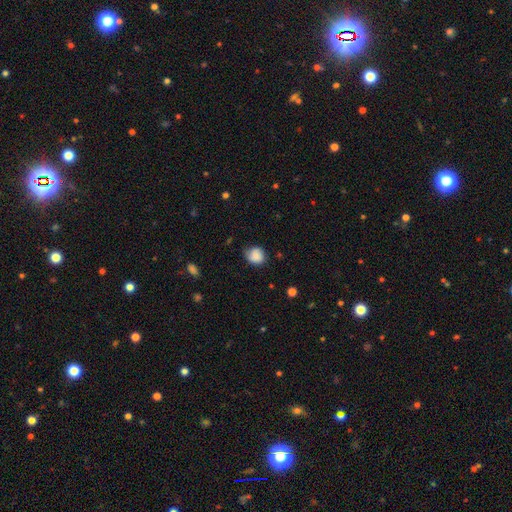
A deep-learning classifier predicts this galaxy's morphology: Smooth or featured?
  - smooth: 82% *
  - featured or disk: 9%
  - star or artifact: 9%
How rounded?
  - round: 77% *
  - in between: 22%
  - cigar-shaped: 1%
Merging?
  - none: 65% *
  - minor disturbance: 27%
  - major disturbance: 6%
  - merger: 2%